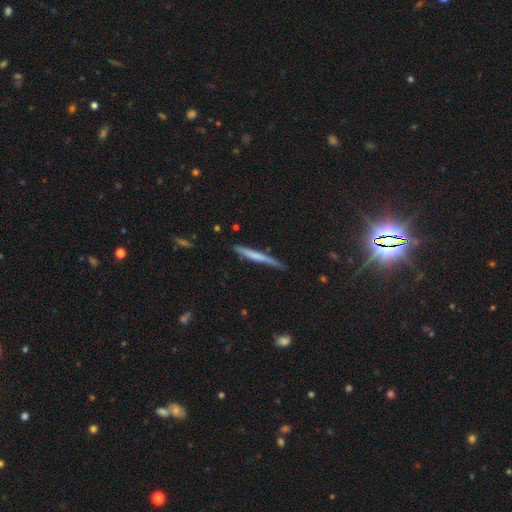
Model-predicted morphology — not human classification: This appears to be a smooth galaxy with no disk features (55%) that is cigar-shaped (96%). Merging: none (77%).